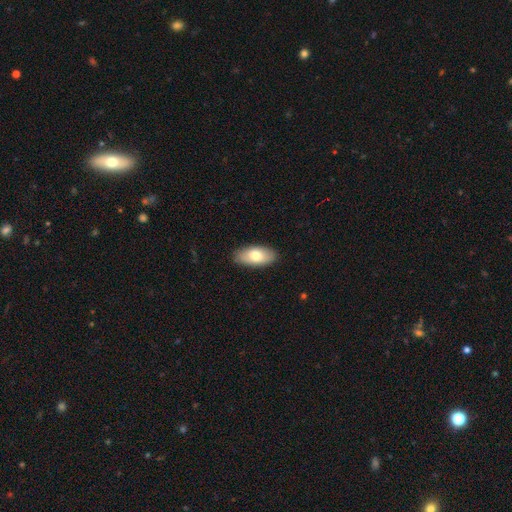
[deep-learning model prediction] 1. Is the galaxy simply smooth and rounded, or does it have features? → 75% smooth, 19% featured or disk, 6% star or artifact.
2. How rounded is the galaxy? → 91% in between, 6% cigar-shaped, 3% round.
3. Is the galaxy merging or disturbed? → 88% none, 9% minor disturbance, 2% major disturbance, 1% merger.